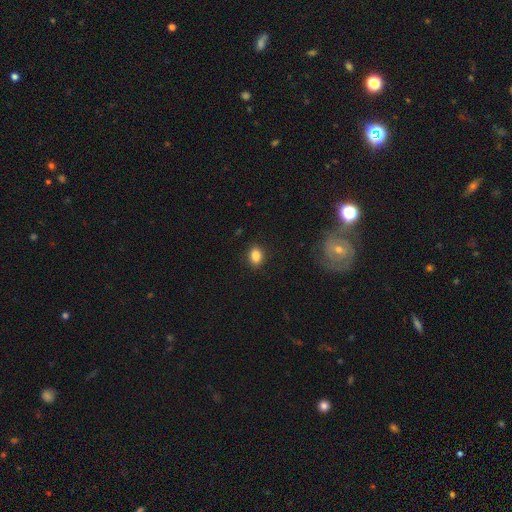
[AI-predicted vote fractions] Smooth or featured? Predicted: smooth (p=0.86). How rounded? Predicted: in between (p=0.67). Merging? Predicted: none (p=0.88).